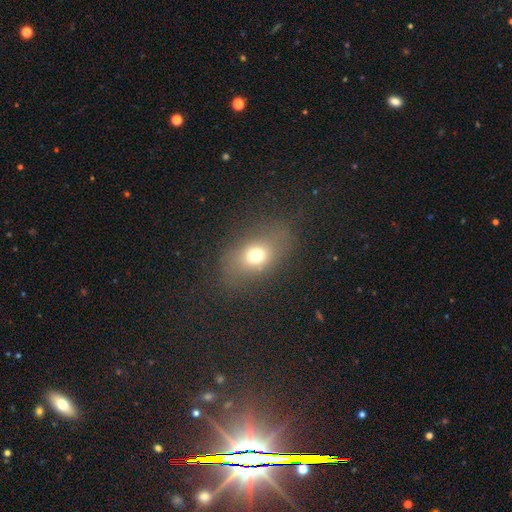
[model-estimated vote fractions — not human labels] This is likely a smooth galaxy (69%). How rounded: likely in between (65%). Merging: likely none (71%).